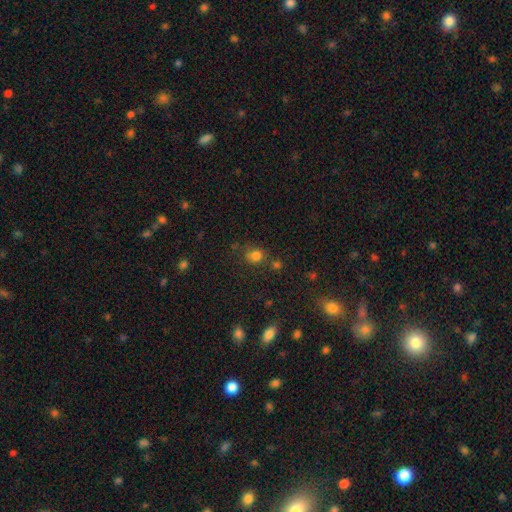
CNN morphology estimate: Overall: smooth (77%). How rounded: round (74%). Merging: none (65%).